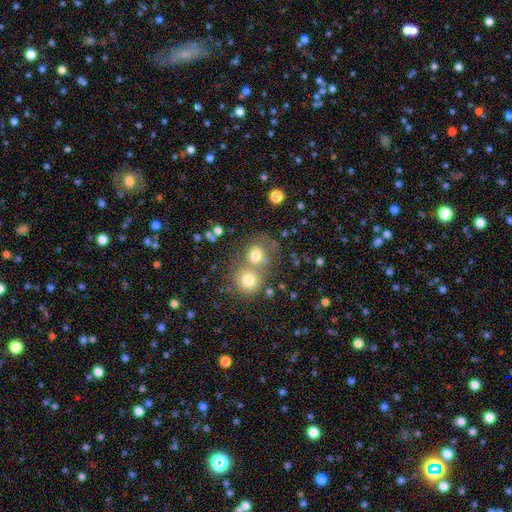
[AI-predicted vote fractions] A smooth galaxy with no disk features (73%) that is round (81%).

Vote fractions:
- Smooth or featured? smooth: 73% / featured or disk: 13% / star or artifact: 13%
- How rounded? round: 81% / in between: 18% / cigar-shaped: 1%
- Merging? merger: 46% / none: 41% / minor disturbance: 8% / major disturbance: 5%